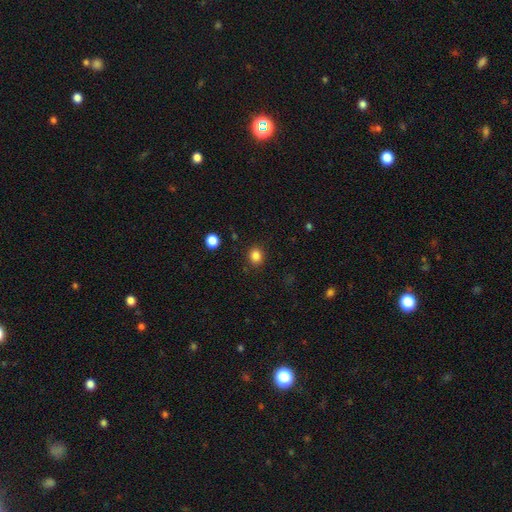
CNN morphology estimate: This appears to be a smooth galaxy with no disk features (84%) that is round (69%). Merging: none (87%).